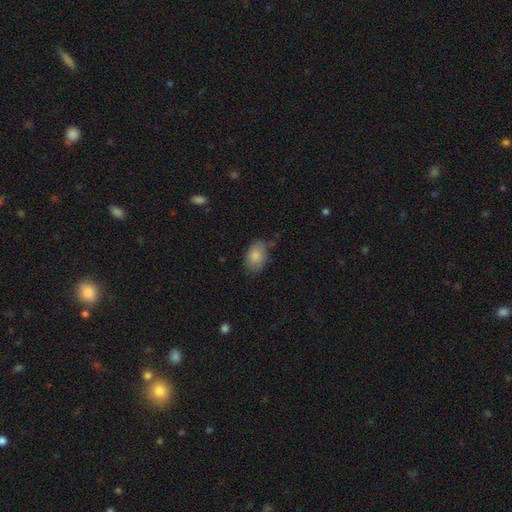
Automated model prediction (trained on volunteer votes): smooth_or_featured: smooth (p=0.84) [alt: featured or disk p=0.09]
how_rounded: in between (p=0.85) [alt: round p=0.14]
merging: none (p=0.67) [alt: minor disturbance p=0.25]